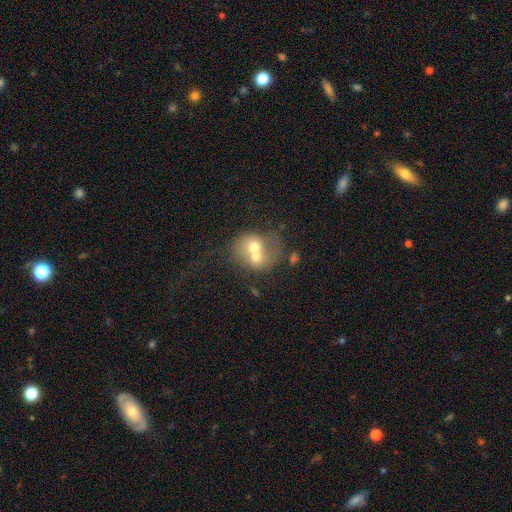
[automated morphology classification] Smooth or featured?
  - smooth: 52% *
  - featured or disk: 37%
  - star or artifact: 11%
How rounded?
  - round: 67% *
  - in between: 32%
  - cigar-shaped: 1%
Merging?
  - merger: 72% *
  - none: 16%
  - minor disturbance: 6%
  - major disturbance: 5%